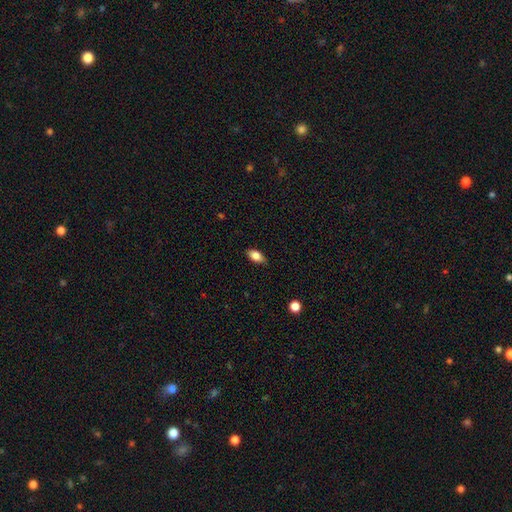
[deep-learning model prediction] Overall: smooth (80%). How rounded: in between (88%). Merging: none (83%).